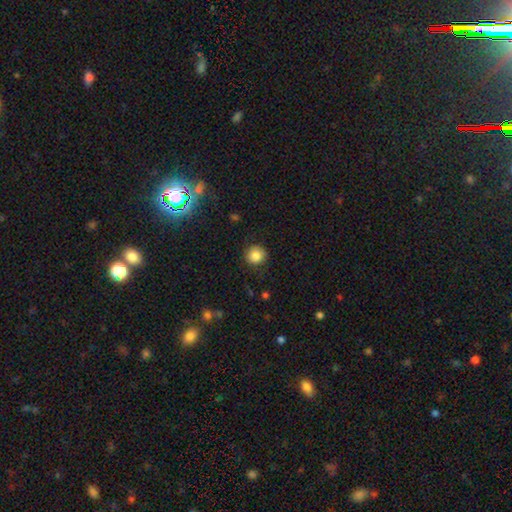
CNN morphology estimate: A smooth galaxy with no disk features (85%) that is round (93%).

Vote fractions:
- Smooth or featured? smooth: 85% / star or artifact: 10% / featured or disk: 5%
- How rounded? round: 93% / in between: 6% / cigar-shaped: 1%
- Merging? none: 88% / minor disturbance: 8% / major disturbance: 2% / merger: 1%